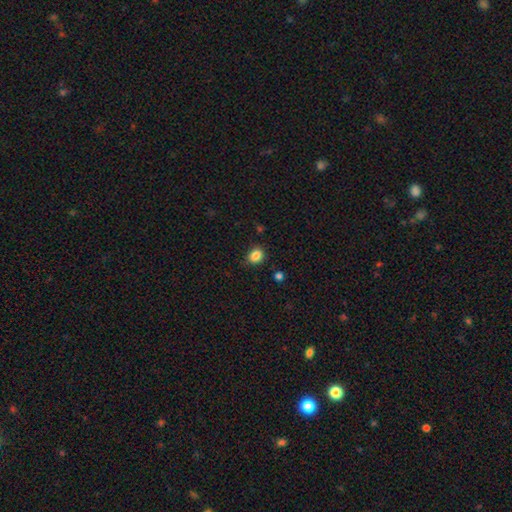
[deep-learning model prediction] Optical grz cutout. It shows a smooth galaxy with no disk features (85%) that is round (51%). Merging: none (82%).